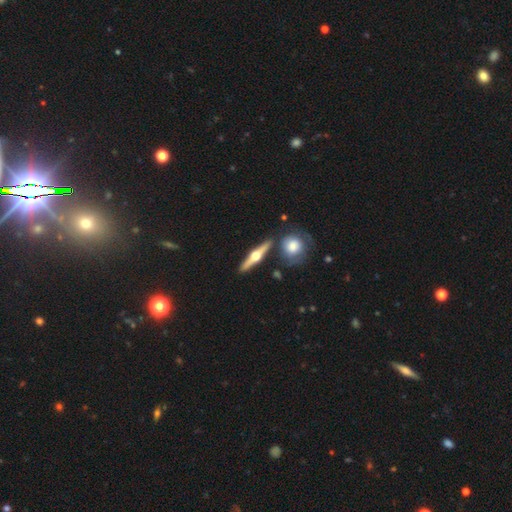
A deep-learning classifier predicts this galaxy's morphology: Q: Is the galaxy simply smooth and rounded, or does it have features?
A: featured or disk — 76%.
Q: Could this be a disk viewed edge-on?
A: yes — 97%.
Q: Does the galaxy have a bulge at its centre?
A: rounded — 96%.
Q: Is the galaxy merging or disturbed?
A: none — 85%.